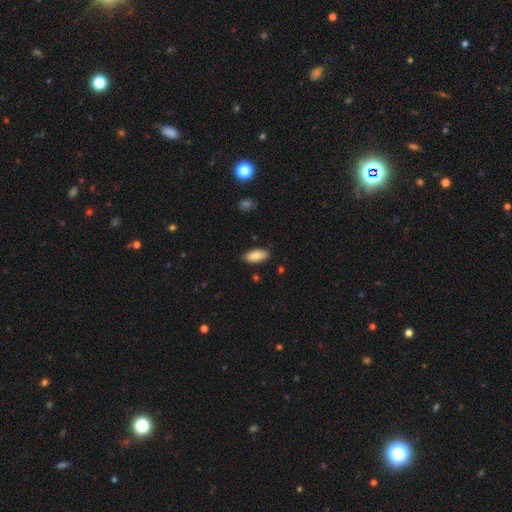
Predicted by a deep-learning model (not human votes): smooth_or_featured: smooth (p=0.87) [alt: featured or disk p=0.07]
how_rounded: in between (p=0.88) [alt: cigar-shaped p=0.11]
merging: none (p=0.87) [alt: minor disturbance p=0.10]